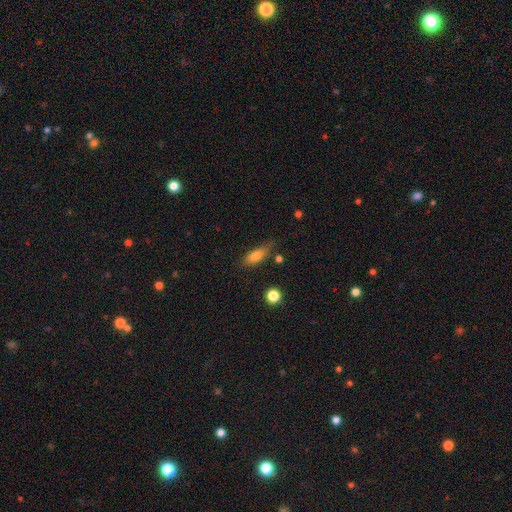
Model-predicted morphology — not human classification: Smooth or featured: smooth — 74% (featured or disk — 16%)
How rounded: in between — 67% (cigar-shaped — 29%)
Merging: none — 60% (minor disturbance — 28%)